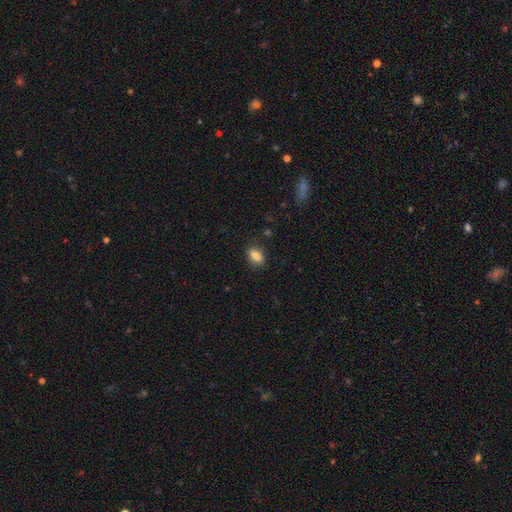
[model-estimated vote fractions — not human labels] Q: Smooth or featured?
A: smooth (85%); runner-up: star or artifact (9%)
Q: How rounded?
A: in between (84%); runner-up: round (11%)
Q: Merging?
A: none (82%); runner-up: minor disturbance (13%)